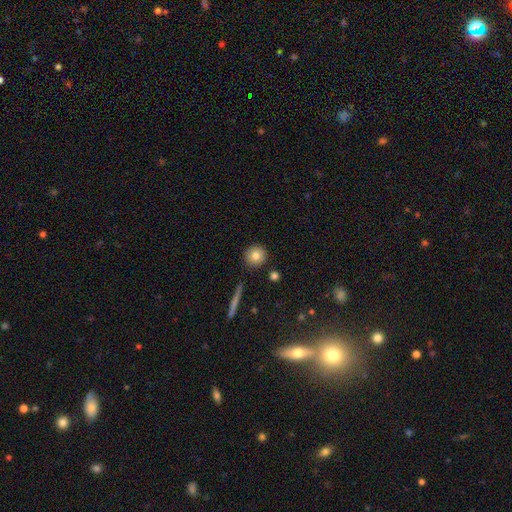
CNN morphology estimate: The model was most divided on "smooth or featured": smooth: 81%, featured or disk: 10%, star or artifact: 9%. More confident: how rounded — round (91%); merging — none (88%).